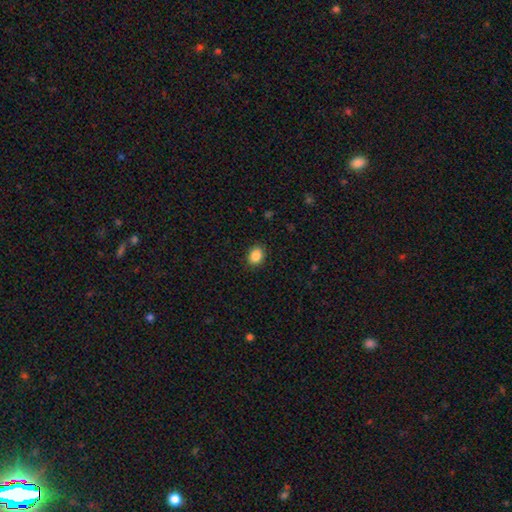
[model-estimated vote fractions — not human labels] A smooth galaxy with no disk features (87%) that is in between round and cigar-shaped (57%).

Vote fractions:
- Smooth or featured? smooth: 87% / star or artifact: 9% / featured or disk: 4%
- How rounded? in between: 57% / round: 42% / cigar-shaped: 1%
- Merging? none: 89% / minor disturbance: 8% / major disturbance: 2% / merger: 1%